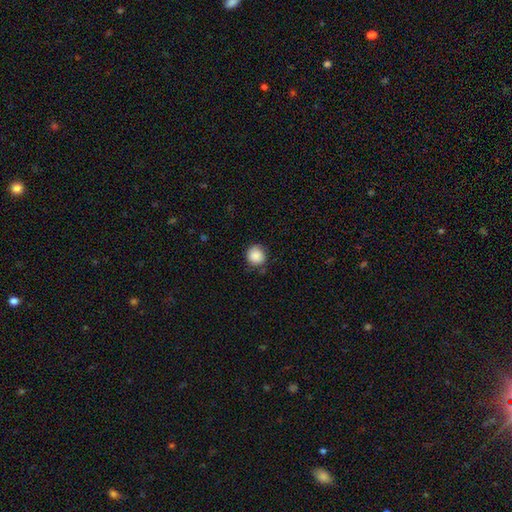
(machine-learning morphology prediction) A smooth galaxy with no disk features (87%) that is round (91%). Merging: none (82%).